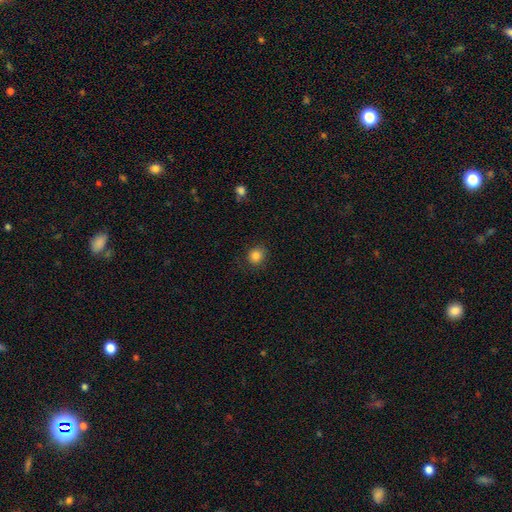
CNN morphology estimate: A smooth galaxy with no disk features (84%) that is round (80%). Merging: none (85%).